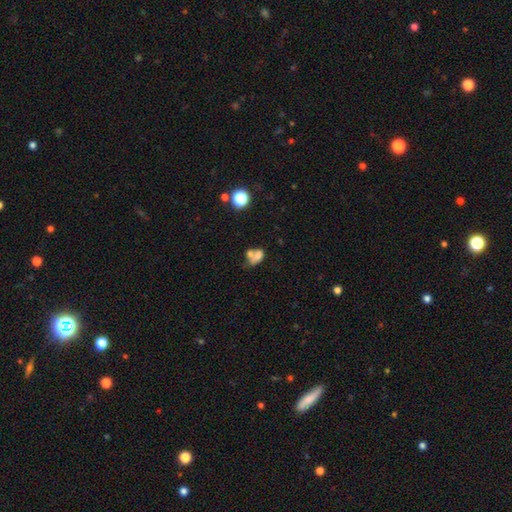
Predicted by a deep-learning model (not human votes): A smooth galaxy with no disk features (62%) that is in between round and cigar-shaped (74%). Merging: merger (51%).